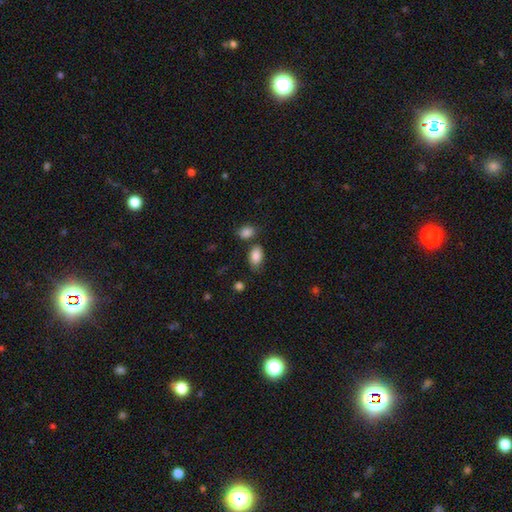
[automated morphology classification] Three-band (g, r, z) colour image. It shows a smooth galaxy with no disk features (87%) that is in between round and cigar-shaped (91%). Merging: none (63%).